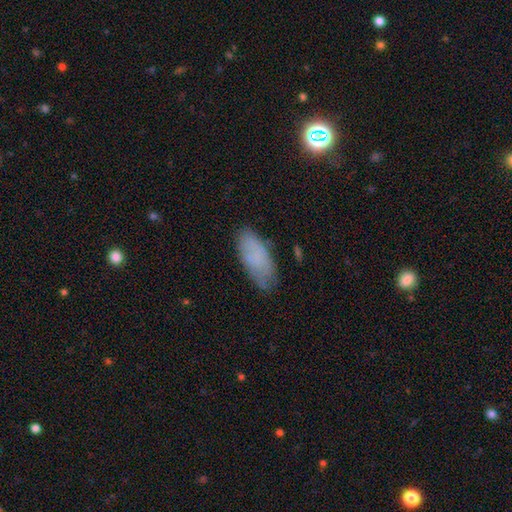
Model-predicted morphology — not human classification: smooth 71%, featured or disk 20%, star or artifact 9%. Down the decision tree: how rounded — in between (86%); merging — none (72%).